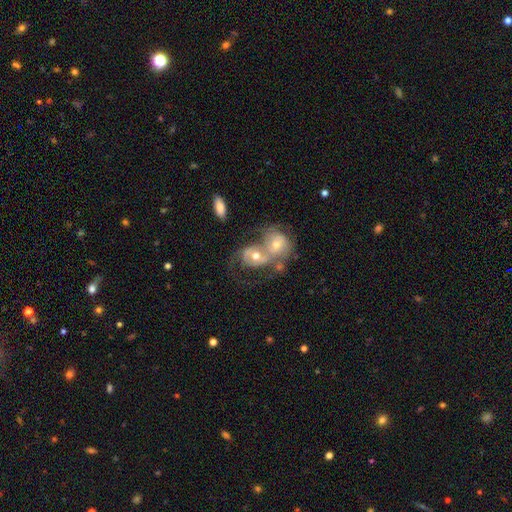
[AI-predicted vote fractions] Smooth or featured: smooth — 41% (featured or disk — 38%)
Merging: merger — 62% (none — 25%)